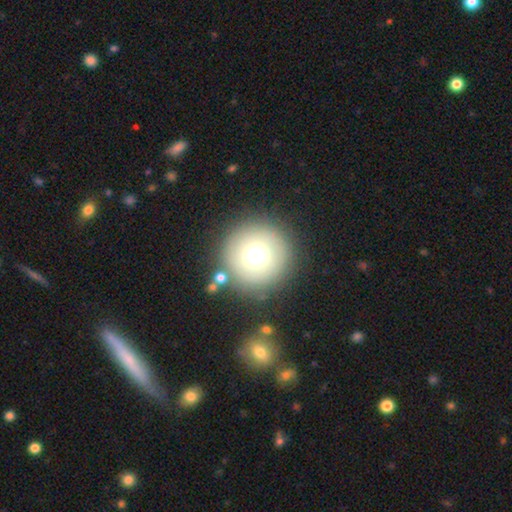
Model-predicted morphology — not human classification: Smooth or featured?
  - smooth: 72% *
  - featured or disk: 16%
  - star or artifact: 13%
How rounded?
  - round: 96% *
  - in between: 3%
  - cigar-shaped: 1%
Merging?
  - none: 83% *
  - minor disturbance: 9%
  - merger: 5%
  - major disturbance: 4%